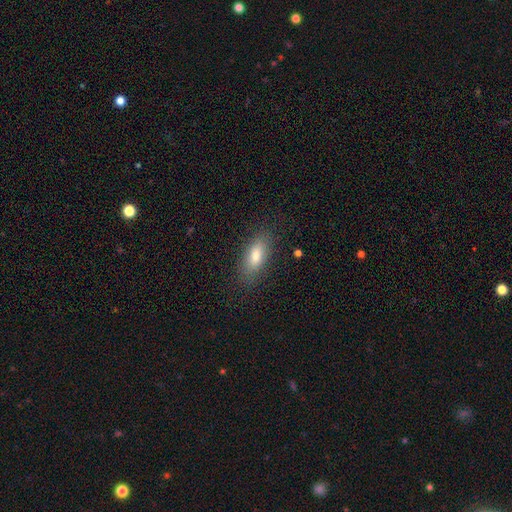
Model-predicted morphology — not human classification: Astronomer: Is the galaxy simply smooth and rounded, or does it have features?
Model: smooth — 78%.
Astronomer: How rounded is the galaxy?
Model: in between — 76%.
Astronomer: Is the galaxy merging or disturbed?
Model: none — 84%.